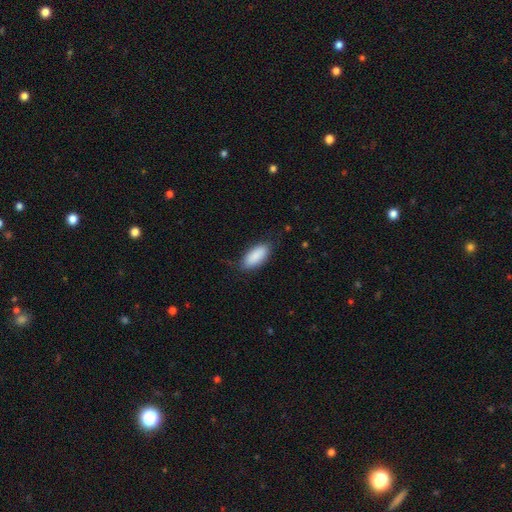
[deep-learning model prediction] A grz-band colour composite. It shows a smooth galaxy with no disk features (88%) that is in between round and cigar-shaped (89%). Merging: none (79%).